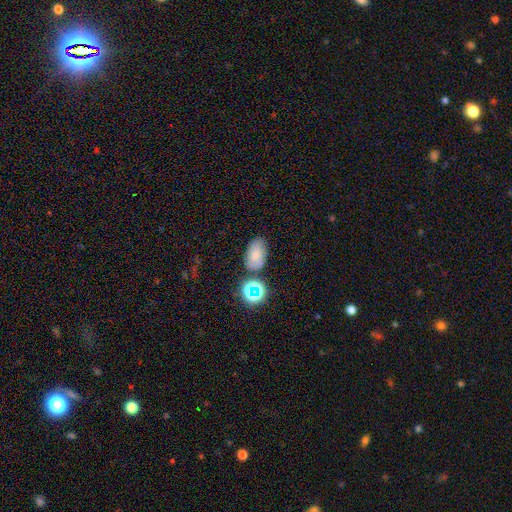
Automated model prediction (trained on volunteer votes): The model was most divided on "merging": none: 67%, minor disturbance: 18%, merger: 10%, major disturbance: 5%. More confident: how rounded — in between (88%); smooth or featured — smooth (69%).